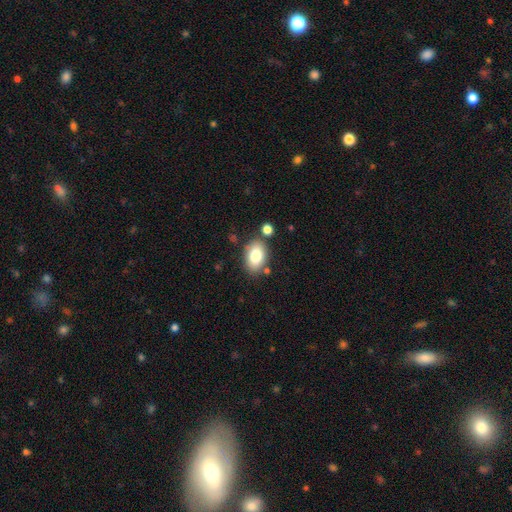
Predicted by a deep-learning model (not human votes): smooth_or_featured: smooth (p=0.80) [alt: featured or disk p=0.11]
how_rounded: in between (p=0.85) [alt: round p=0.14]
merging: none (p=0.77) [alt: minor disturbance p=0.13]